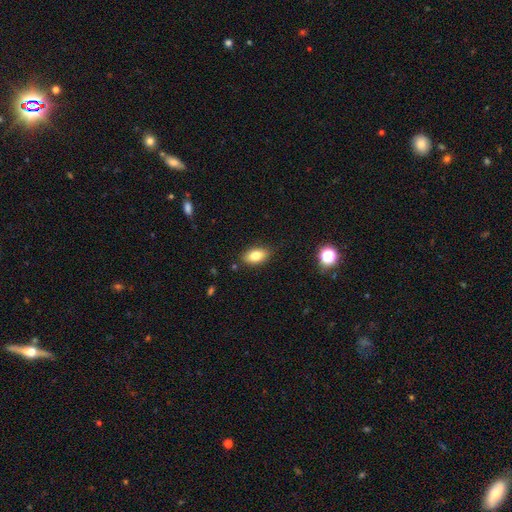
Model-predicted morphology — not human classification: Smooth or featured? Predicted: smooth (p=0.80). How rounded? Predicted: in between (p=0.89). Merging? Predicted: none (p=0.85).